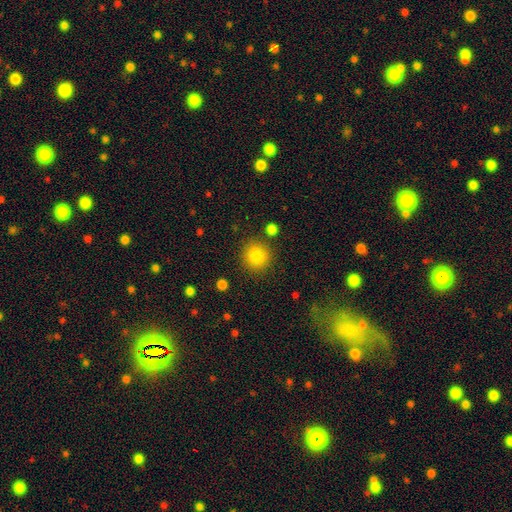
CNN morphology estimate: The model was most divided on "smooth or featured": smooth: 85%, star or artifact: 10%, featured or disk: 5%. More confident: how rounded — round (89%); merging — none (86%).